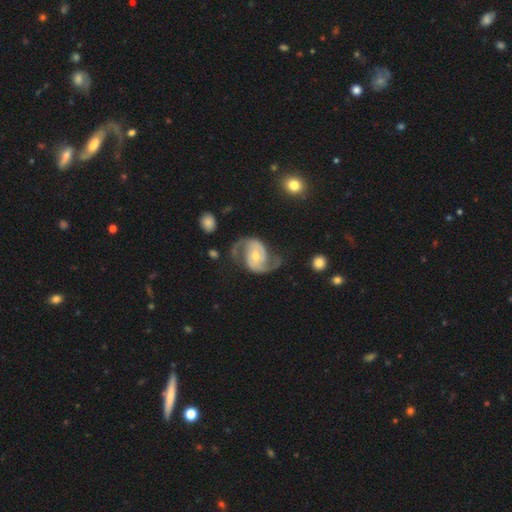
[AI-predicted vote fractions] A featured or disk galaxy (91%) with no bar (52%), 2 (94%) medium (48%) spiral arms (97%) and a moderate central bulge (60%). Merging: none (71%).